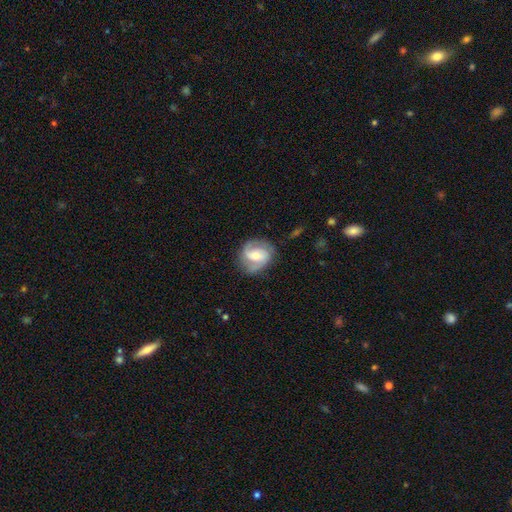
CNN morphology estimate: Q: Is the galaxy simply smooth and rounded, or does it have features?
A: featured or disk — 74%.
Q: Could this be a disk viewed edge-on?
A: no — 97%.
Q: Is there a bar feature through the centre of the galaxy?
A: weak — 42%.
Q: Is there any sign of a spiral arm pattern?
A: yes — 91%.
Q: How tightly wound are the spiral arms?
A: medium — 46%.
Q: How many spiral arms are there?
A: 2 — 83%.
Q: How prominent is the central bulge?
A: moderate — 55%.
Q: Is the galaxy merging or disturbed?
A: none — 74%.